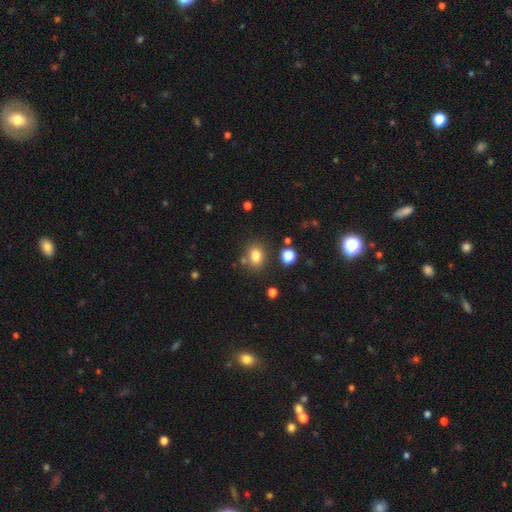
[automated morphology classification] Smooth or featured?
  - smooth: 80% *
  - star or artifact: 13%
  - featured or disk: 7%
How rounded?
  - round: 52% *
  - in between: 47%
  - cigar-shaped: 1%
Merging?
  - none: 76% *
  - minor disturbance: 12%
  - merger: 8%
  - major disturbance: 4%